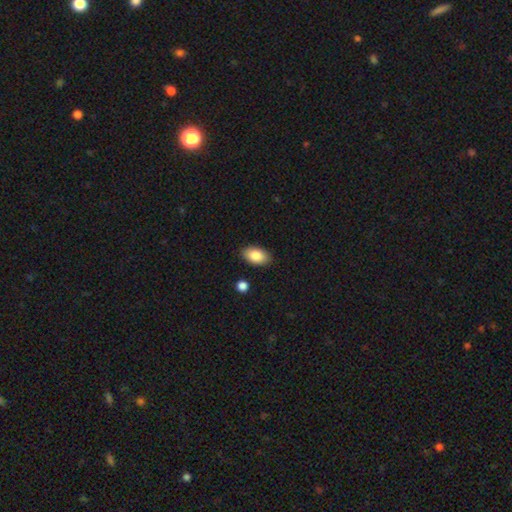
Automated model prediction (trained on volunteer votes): Smooth or featured: smooth — 86% (featured or disk — 7%)
How rounded: in between — 93% (round — 5%)
Merging: none — 88% (minor disturbance — 9%)